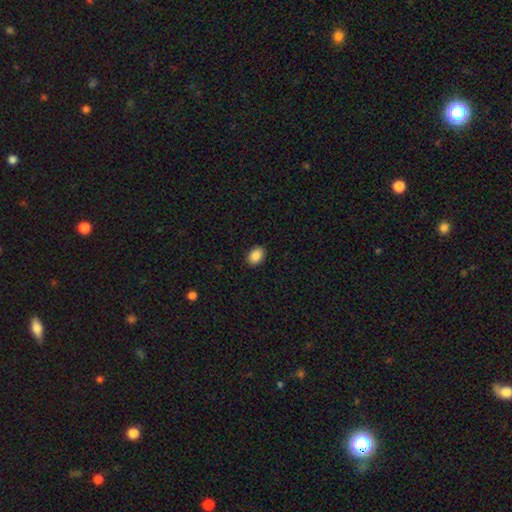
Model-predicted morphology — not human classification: smooth-or-featured: smooth: 88% | star or artifact: 8% | featured or disk: 4%
  how-rounded: in between: 76% | round: 23% | cigar-shaped: 1%
  merging: none: 90% | minor disturbance: 7% | major disturbance: 2% | merger: 1%